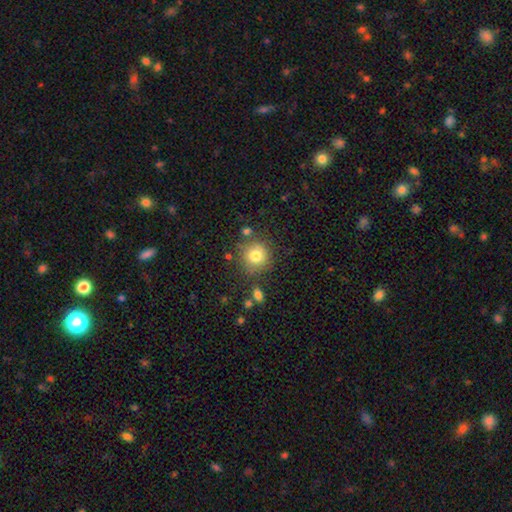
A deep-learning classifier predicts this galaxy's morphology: smooth_or_featured: smooth (p=0.79) [alt: star or artifact p=0.11]
how_rounded: round (p=0.91) [alt: in between p=0.08]
merging: none (p=0.76) [alt: minor disturbance p=0.13]